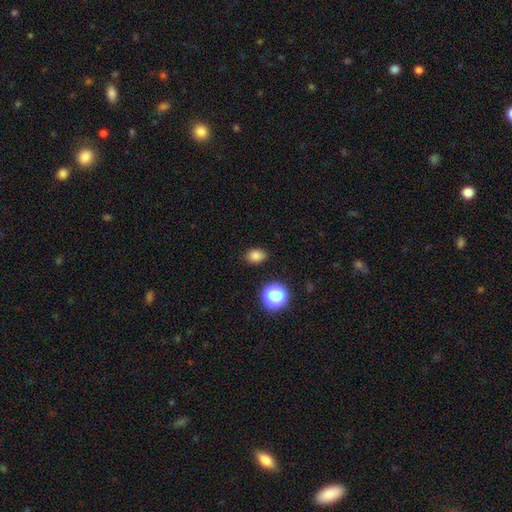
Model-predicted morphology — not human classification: This is clearly a smooth galaxy (81%). How rounded: likely in between (66%). Merging: clearly none (86%).